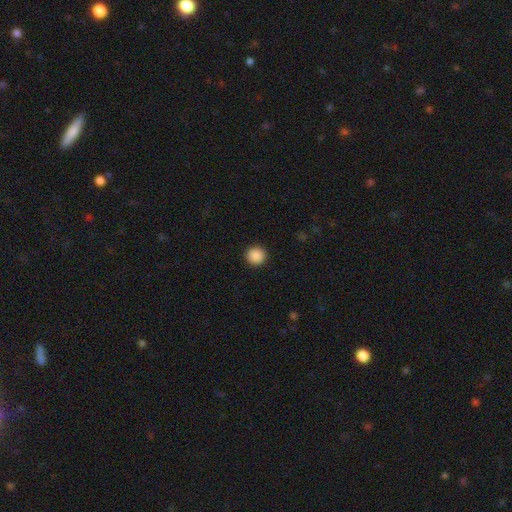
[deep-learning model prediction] smooth_or_featured: smooth (p=0.89) [alt: star or artifact p=0.09]
how_rounded: round (p=0.95) [alt: in between p=0.04]
merging: none (p=0.93) [alt: minor disturbance p=0.04]